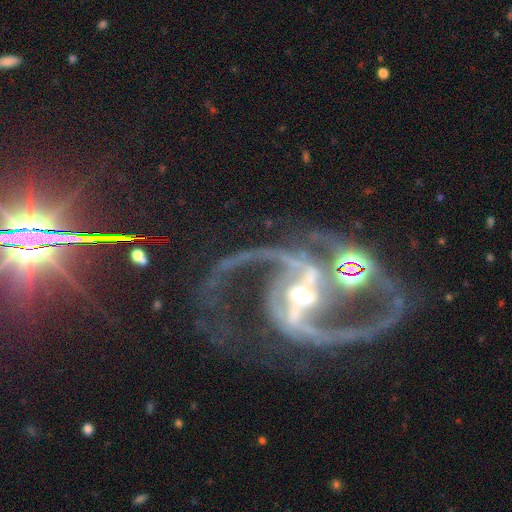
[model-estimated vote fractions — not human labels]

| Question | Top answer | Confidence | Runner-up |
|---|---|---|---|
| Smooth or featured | featured or disk | 91% | star or artifact (7%) |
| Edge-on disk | no | 97% | yes (3%) |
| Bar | strong | 58% | weak (27%) |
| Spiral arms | yes | 98% | no (2%) |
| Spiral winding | medium | 57% | loose (31%) |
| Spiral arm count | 2 | 93% | can't tell (2%) |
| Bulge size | moderate | 47% | small (44%) |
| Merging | none | 39% | merger (34%) |